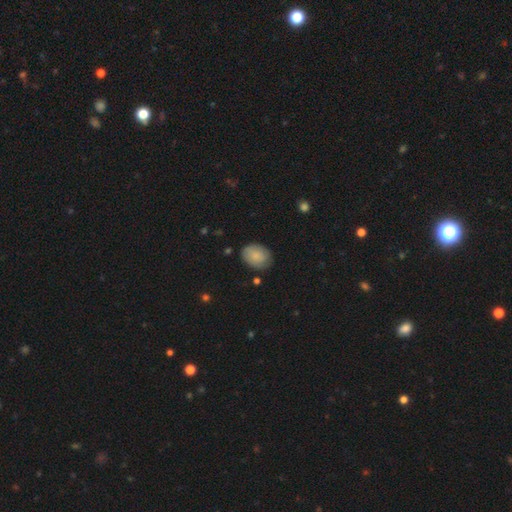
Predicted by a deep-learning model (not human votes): Smooth or featured? Predicted: smooth (p=0.82). How rounded? Predicted: in between (p=0.68). Merging? Predicted: none (p=0.79).